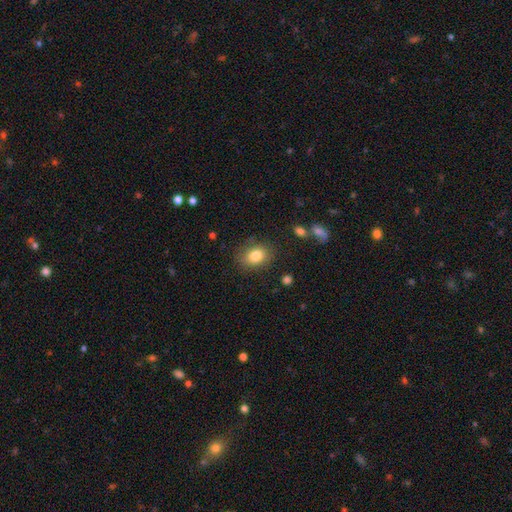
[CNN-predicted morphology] This appears to be a smooth galaxy with no disk features (82%) that is in between round and cigar-shaped (65%). Merging: none (81%).